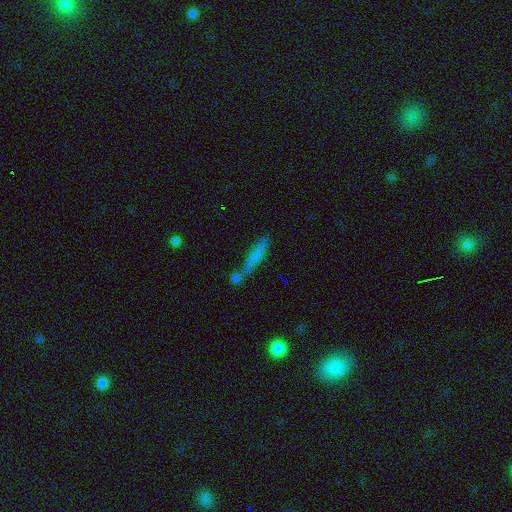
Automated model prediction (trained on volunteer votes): Morphology: type=smooth (70%); roundness=cigar-shaped (84%); merging=none (57%).